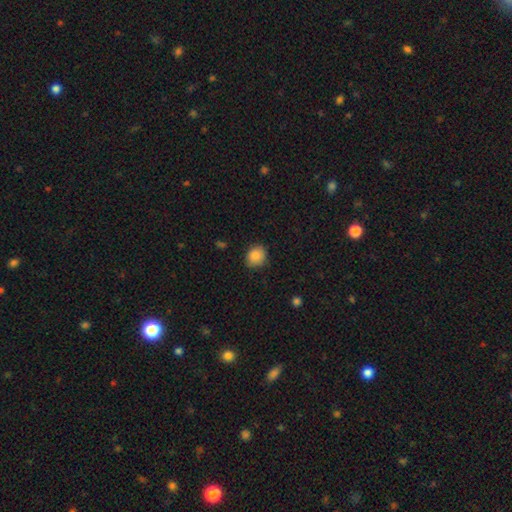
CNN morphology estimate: This appears to be a smooth galaxy with no disk features (87%) that is round (74%). Merging: none (86%).